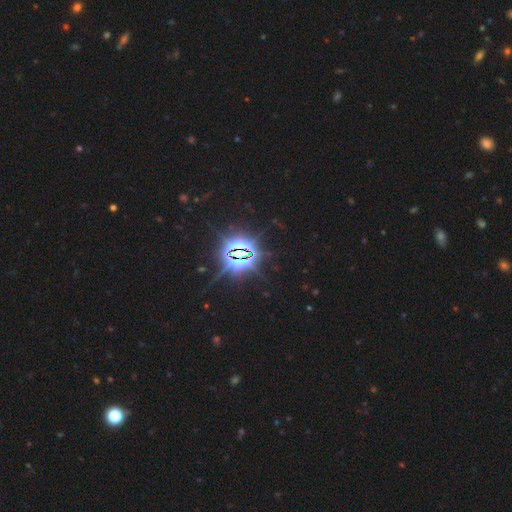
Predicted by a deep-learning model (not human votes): star or artifact 86%, smooth 8%, featured or disk 6%.